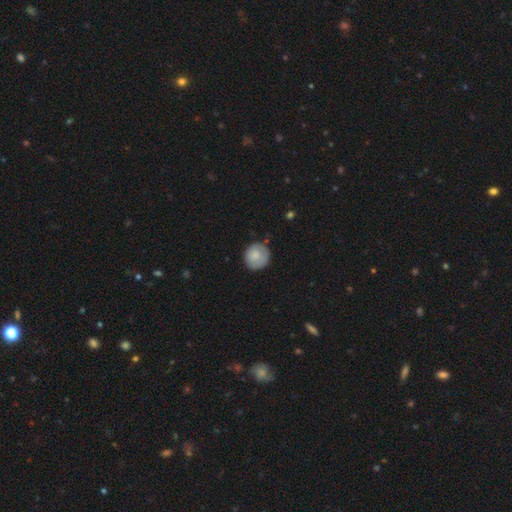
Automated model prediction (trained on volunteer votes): Overall: smooth (81%). How rounded: round (90%). Merging: none (78%).